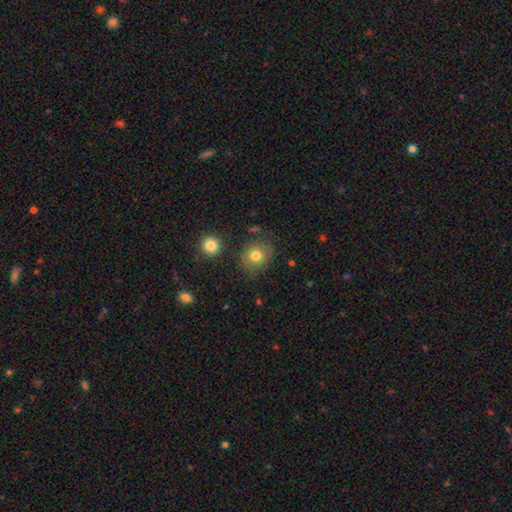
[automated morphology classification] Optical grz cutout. It shows a smooth galaxy with no disk features (76%) that is round (78%). Merging: none (76%).